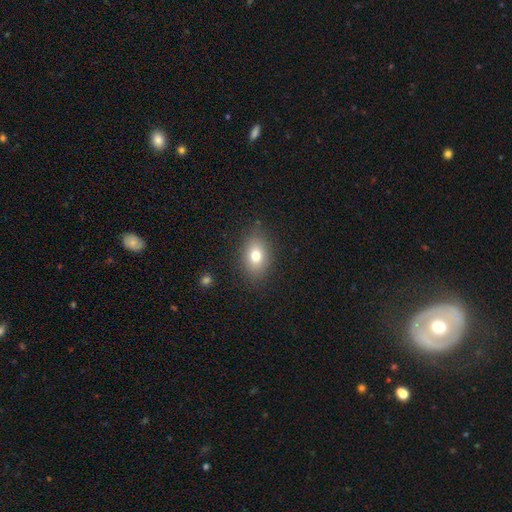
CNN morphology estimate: Overall: smooth (74%). How rounded: in between (77%). Merging: none (85%).